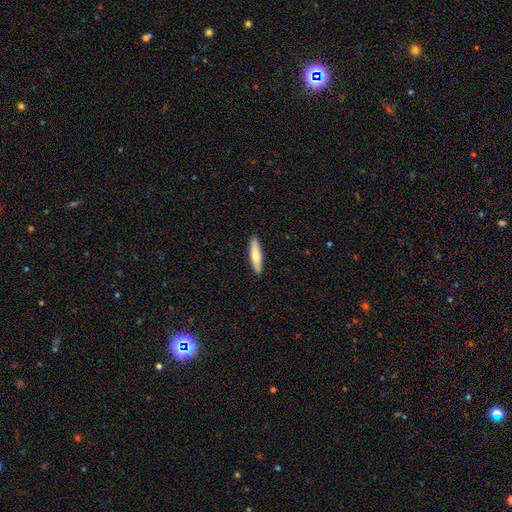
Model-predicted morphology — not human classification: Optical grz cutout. It shows a smooth galaxy with no disk features (68%) that is cigar-shaped (72%). Merging: none (90%).